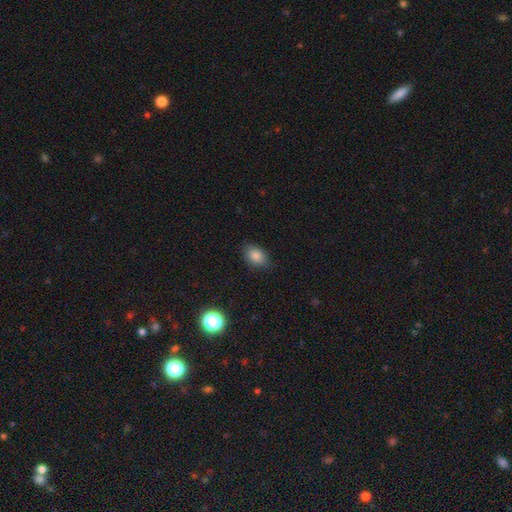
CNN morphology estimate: smooth-or-featured: smooth: 84% | star or artifact: 10% | featured or disk: 6%
  how-rounded: in between: 79% | round: 19% | cigar-shaped: 1%
  merging: none: 80% | minor disturbance: 16% | major disturbance: 3% | merger: 1%